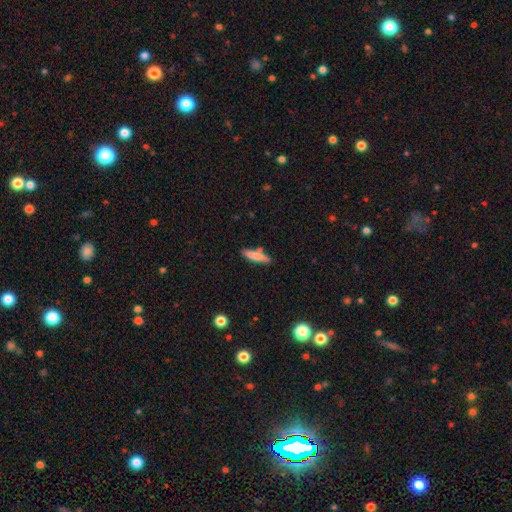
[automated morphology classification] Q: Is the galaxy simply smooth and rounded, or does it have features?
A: smooth — 79%.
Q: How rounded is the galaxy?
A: cigar-shaped — 76%.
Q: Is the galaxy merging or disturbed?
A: none — 76%.